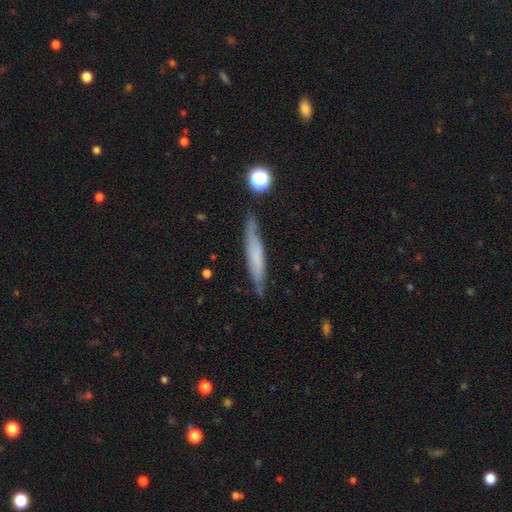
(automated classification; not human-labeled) This appears to be a smooth galaxy with no disk features (50%) that is cigar-shaped (91%). Merging: none (79%).